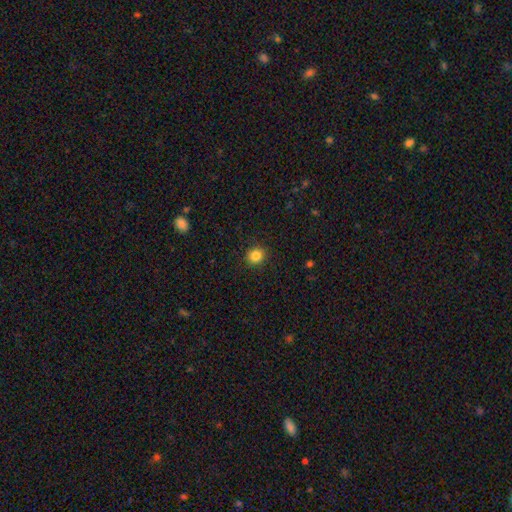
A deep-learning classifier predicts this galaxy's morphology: Smooth or featured: smooth — 84% (star or artifact — 11%)
How rounded: round — 82% (in between — 17%)
Merging: none — 91% (minor disturbance — 6%)